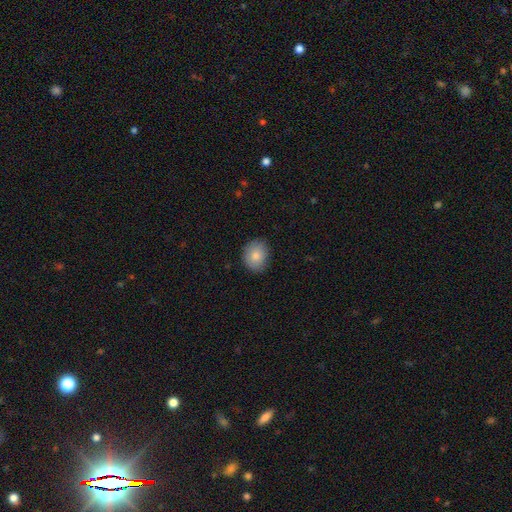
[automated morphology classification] Q: Smooth or featured?
A: smooth (83%); runner-up: featured or disk (10%)
Q: How rounded?
A: round (59%); runner-up: in between (40%)
Q: Merging?
A: none (85%); runner-up: minor disturbance (12%)